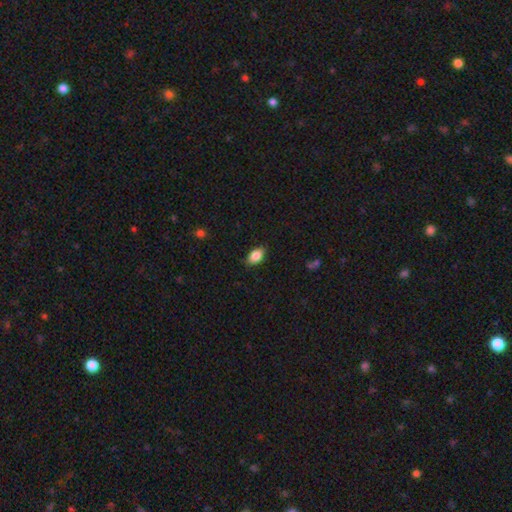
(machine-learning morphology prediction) smooth 83%, featured or disk 10%, star or artifact 8%. Down the decision tree: how rounded — in between (88%); merging — none (84%).